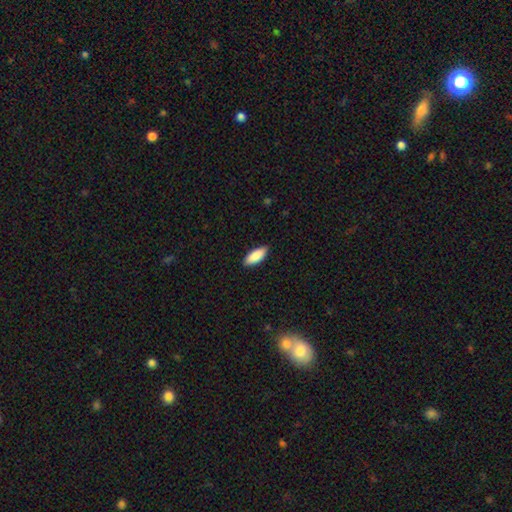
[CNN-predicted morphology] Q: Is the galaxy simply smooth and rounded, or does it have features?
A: smooth — 87%.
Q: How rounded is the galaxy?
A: in between — 78%.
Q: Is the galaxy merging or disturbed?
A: none — 88%.